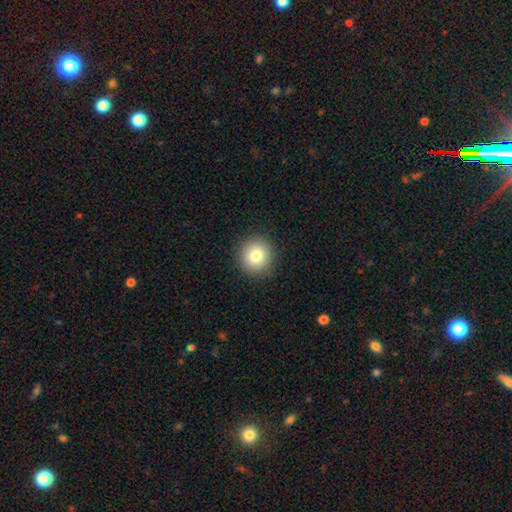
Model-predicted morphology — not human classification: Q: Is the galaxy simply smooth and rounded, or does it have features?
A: smooth — 80%.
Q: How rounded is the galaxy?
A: round — 94%.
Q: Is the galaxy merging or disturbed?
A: none — 91%.